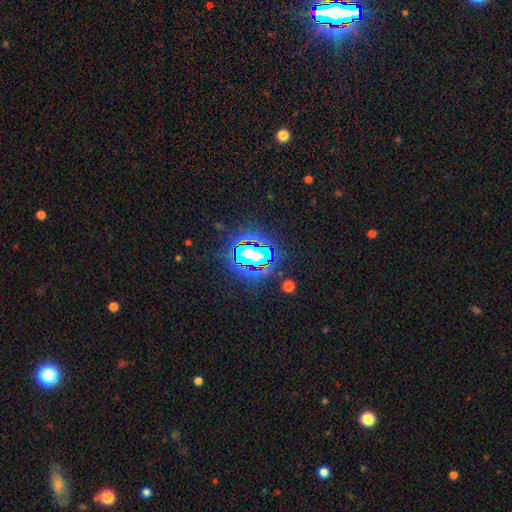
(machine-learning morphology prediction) smooth-or-featured: star or artifact: 80% | smooth: 12% | featured or disk: 9%